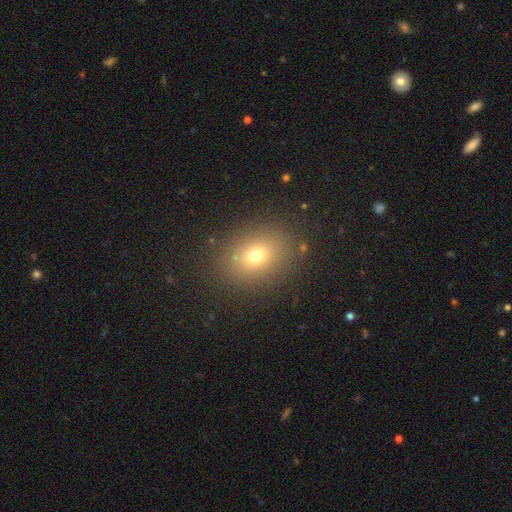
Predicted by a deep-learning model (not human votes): smooth-or-featured: smooth: 70% | star or artifact: 18% | featured or disk: 13%
  how-rounded: in between: 58% | round: 41% | cigar-shaped: 1%
  merging: none: 86% | minor disturbance: 8% | major disturbance: 4% | merger: 1%